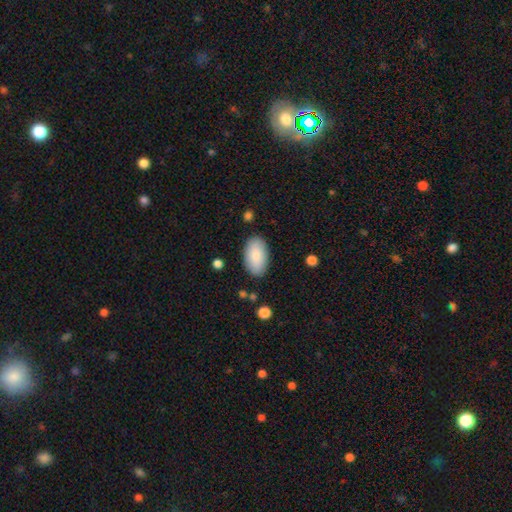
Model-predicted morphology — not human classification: Overall: smooth (86%). How rounded: in between (96%). Merging: none (86%).